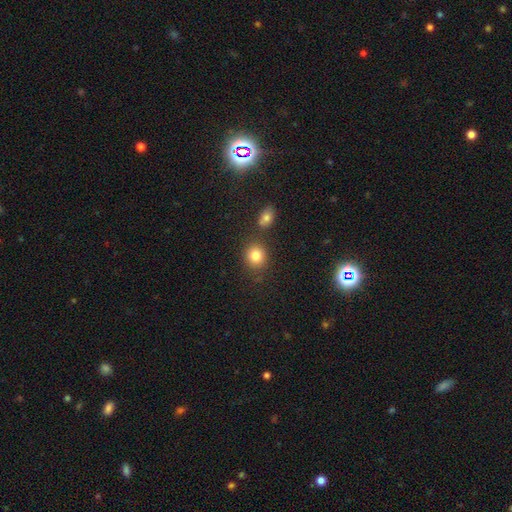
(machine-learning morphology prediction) The model was most divided on "how rounded": round: 76%, in between: 23%, cigar-shaped: 1%. More confident: smooth or featured — smooth (82%); merging — none (74%).